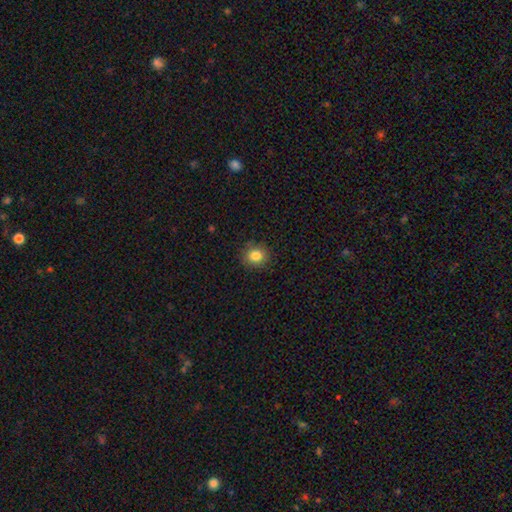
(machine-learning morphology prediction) Smooth or featured? Predicted: smooth (p=0.84). How rounded? Predicted: round (p=0.82). Merging? Predicted: none (p=0.88).